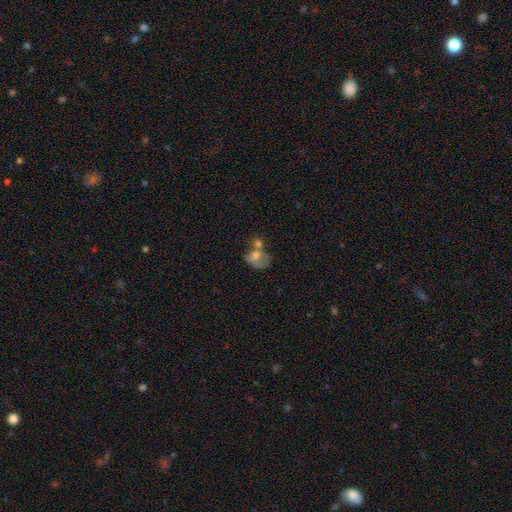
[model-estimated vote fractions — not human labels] Q: Smooth or featured?
A: smooth (62%); runner-up: featured or disk (29%)
Q: How rounded?
A: in between (65%); runner-up: round (34%)
Q: Merging?
A: merger (45%); runner-up: none (21%)